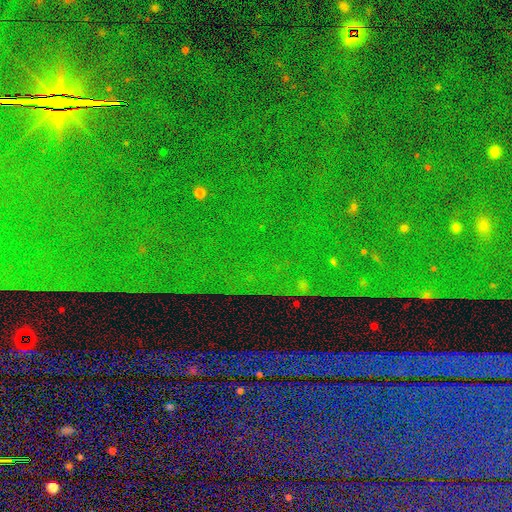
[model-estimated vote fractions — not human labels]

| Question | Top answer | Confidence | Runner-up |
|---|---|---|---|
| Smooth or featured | star or artifact | 87% | featured or disk (6%) |